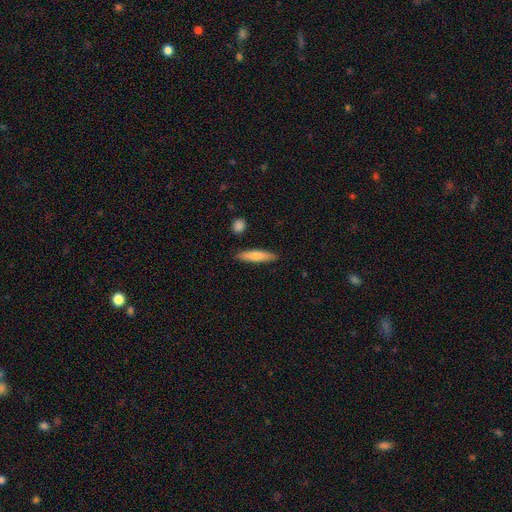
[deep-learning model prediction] This appears to be a smooth galaxy with no disk features (73%) that is cigar-shaped (81%). Merging: none (88%).